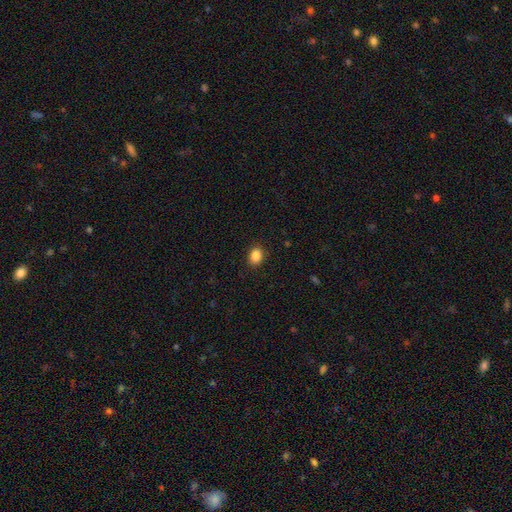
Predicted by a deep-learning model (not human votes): Smooth or featured: smooth — 87% (star or artifact — 10%)
How rounded: in between — 59% (round — 40%)
Merging: none — 89% (minor disturbance — 8%)